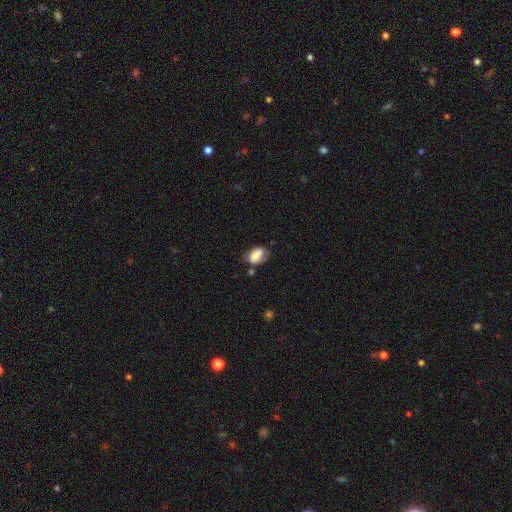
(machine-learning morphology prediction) Q: Smooth or featured?
A: smooth (76%); runner-up: featured or disk (15%)
Q: How rounded?
A: in between (85%); runner-up: round (13%)
Q: Merging?
A: none (55%); runner-up: minor disturbance (28%)